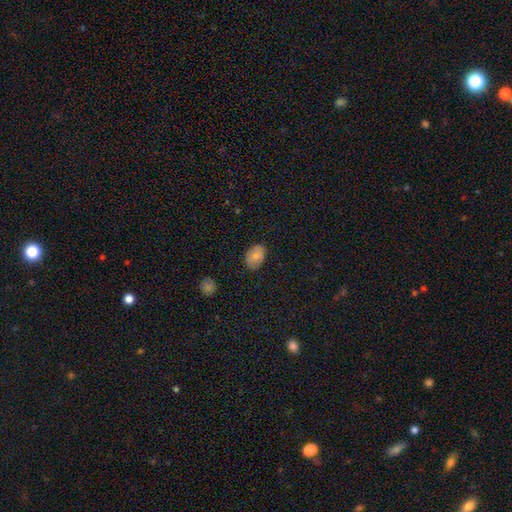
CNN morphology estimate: A smooth galaxy with no disk features (82%) that is in between round and cigar-shaped (83%).

Vote fractions:
- Smooth or featured? smooth: 82% / featured or disk: 9% / star or artifact: 9%
- How rounded? in between: 83% / round: 16% / cigar-shaped: 1%
- Merging? none: 82% / minor disturbance: 14% / major disturbance: 3% / merger: 1%